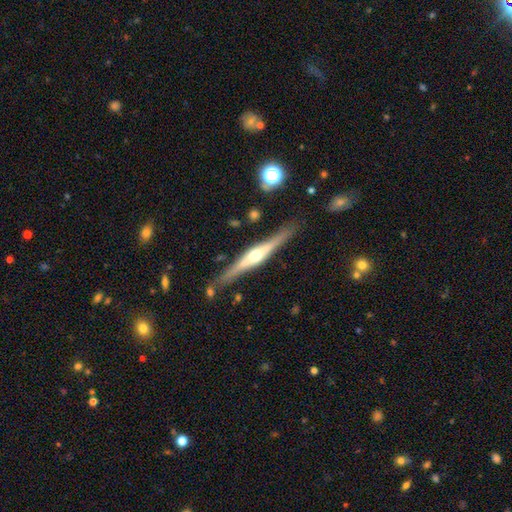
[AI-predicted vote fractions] This appears to be a featured or disk galaxy (77%) viewed edge-on (97%) with a rounded central bulge (90%). Merging: none (86%).